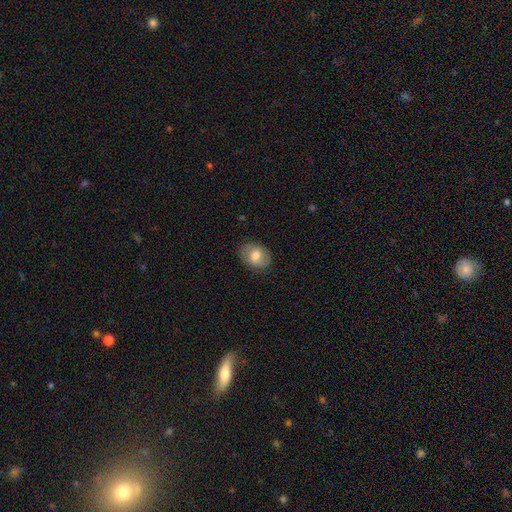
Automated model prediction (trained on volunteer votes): A smooth galaxy with no disk features (72%) that is in between round and cigar-shaped (59%).

Vote fractions:
- Smooth or featured? smooth: 72% / featured or disk: 20% / star or artifact: 8%
- How rounded? in between: 59% / round: 40% / cigar-shaped: 1%
- Merging? none: 83% / minor disturbance: 13% / major disturbance: 3% / merger: 1%